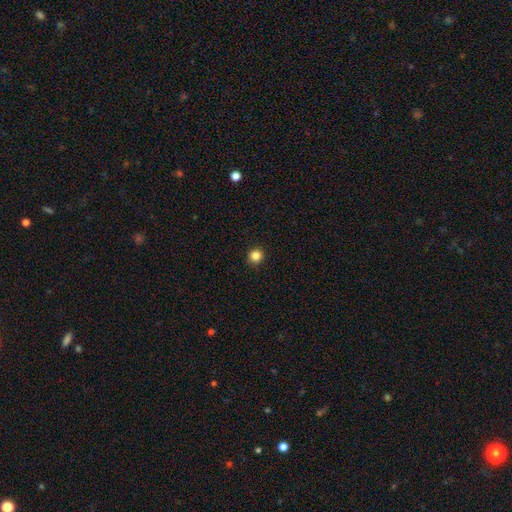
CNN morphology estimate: Overall: smooth (84%). How rounded: round (94%). Merging: none (93%).